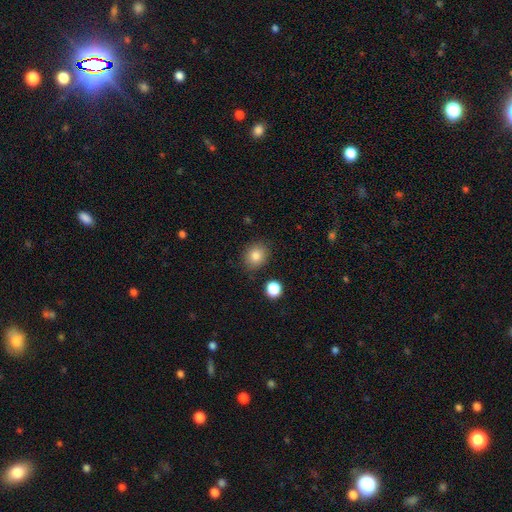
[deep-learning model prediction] Smooth or featured: smooth — 83% (star or artifact — 11%)
How rounded: round — 67% (in between — 33%)
Merging: none — 85% (minor disturbance — 10%)